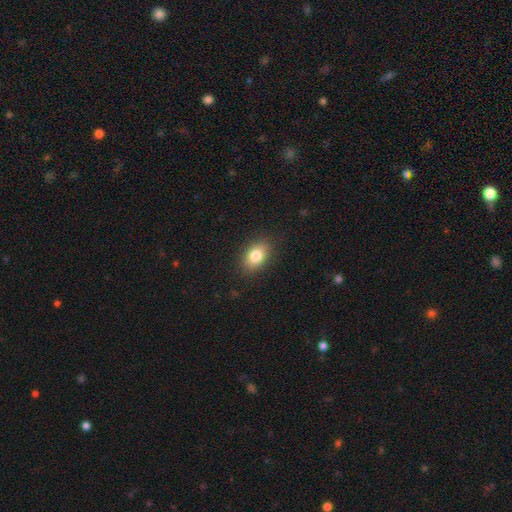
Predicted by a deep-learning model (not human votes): A smooth galaxy with no disk features (82%) that is in between round and cigar-shaped (84%).

Vote fractions:
- Smooth or featured? smooth: 82% / featured or disk: 10% / star or artifact: 9%
- How rounded? in between: 84% / round: 15% / cigar-shaped: 2%
- Merging? none: 87% / minor disturbance: 10% / major disturbance: 3% / merger: 1%